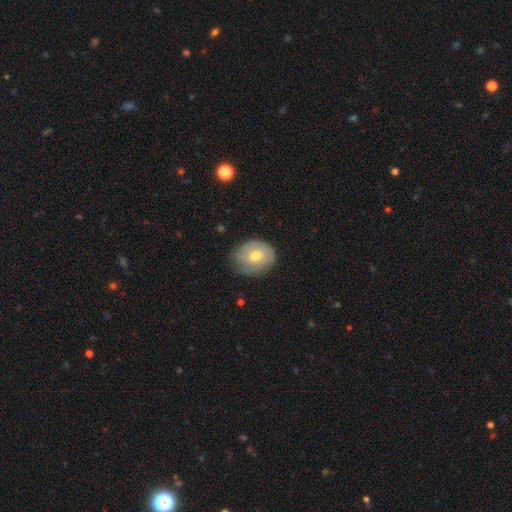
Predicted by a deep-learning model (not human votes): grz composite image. It shows a smooth galaxy with no disk features (55%) that is round (55%). Merging: none (59%).